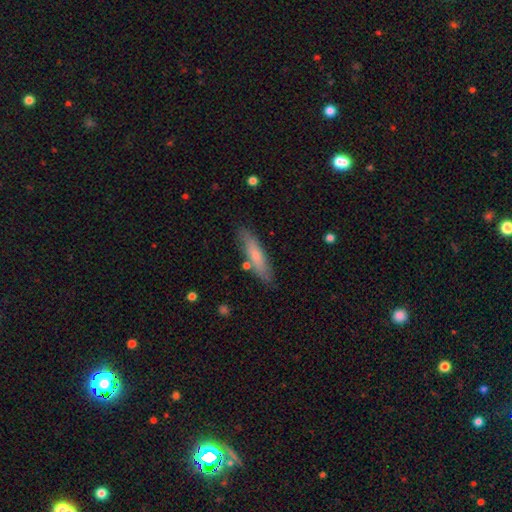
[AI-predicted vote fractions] A smooth galaxy with no disk features (70%) that is cigar-shaped (79%).

Vote fractions:
- Smooth or featured? smooth: 70% / featured or disk: 24% / star or artifact: 6%
- How rounded? cigar-shaped: 79% / in between: 20% / round: 2%
- Merging? none: 80% / minor disturbance: 13% / merger: 5% / major disturbance: 3%